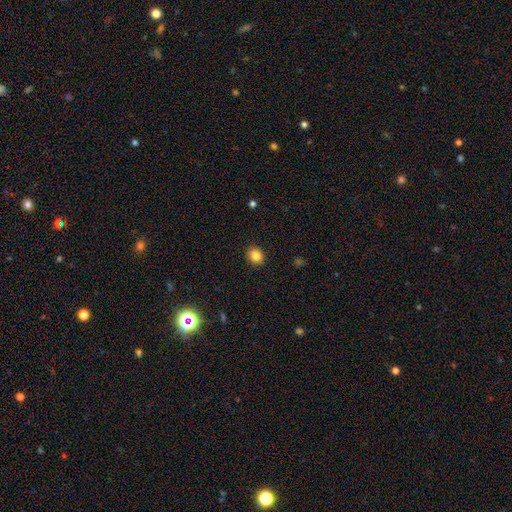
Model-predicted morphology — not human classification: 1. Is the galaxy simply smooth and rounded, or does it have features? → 85% smooth, 11% star or artifact, 5% featured or disk.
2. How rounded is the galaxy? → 76% round, 23% in between, 1% cigar-shaped.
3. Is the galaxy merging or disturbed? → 91% none, 6% minor disturbance, 2% major disturbance, 1% merger.